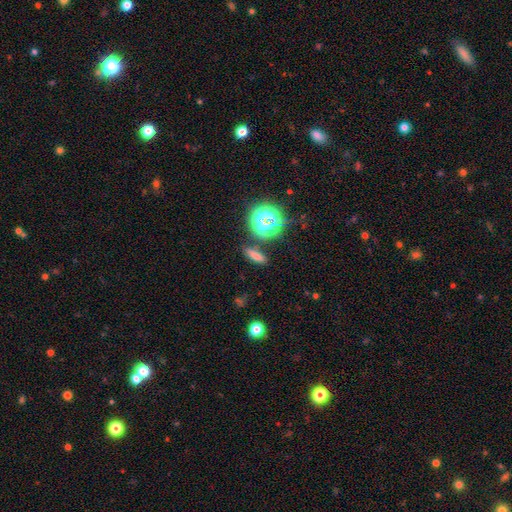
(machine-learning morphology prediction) smooth_or_featured: smooth (p=0.65) [alt: star or artifact p=0.26]
how_rounded: cigar-shaped (p=0.48) [alt: in between p=0.41]
merging: none (p=0.82) [alt: minor disturbance p=0.10]